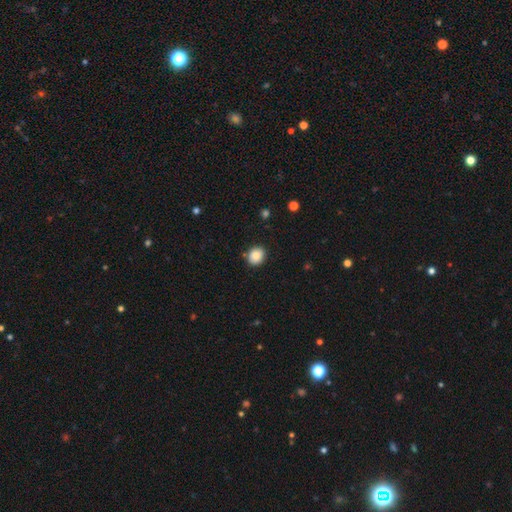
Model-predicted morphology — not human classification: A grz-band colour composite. It shows a smooth galaxy with no disk features (85%) that is round (73%). Merging: none (86%).